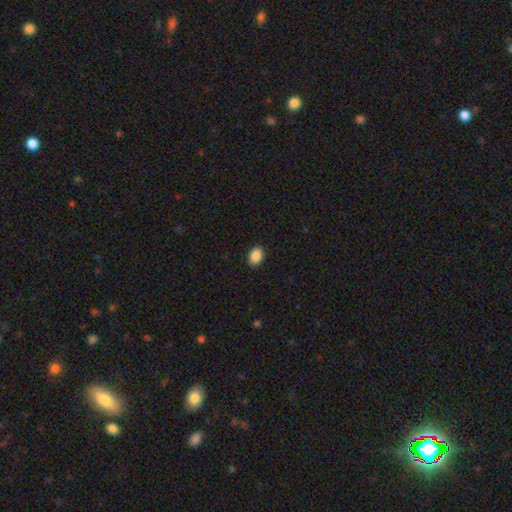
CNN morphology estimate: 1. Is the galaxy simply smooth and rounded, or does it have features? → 89% smooth, 8% star or artifact, 3% featured or disk.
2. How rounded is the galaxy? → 70% in between, 30% round, 1% cigar-shaped.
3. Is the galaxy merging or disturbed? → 91% none, 7% minor disturbance, 2% major disturbance, 1% merger.